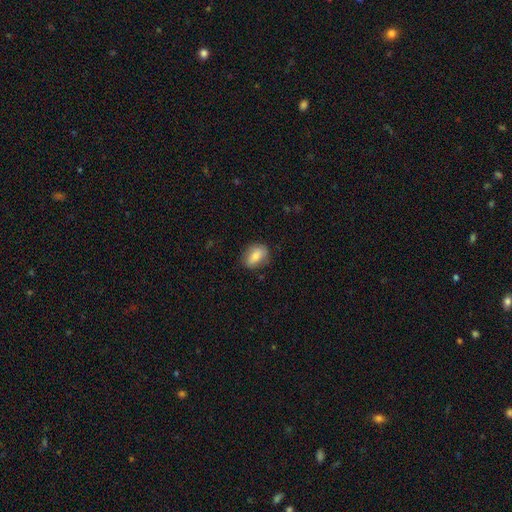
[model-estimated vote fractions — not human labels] Smooth or featured: smooth — 80% (featured or disk — 13%)
How rounded: in between — 80% (round — 17%)
Merging: none — 77% (minor disturbance — 18%)